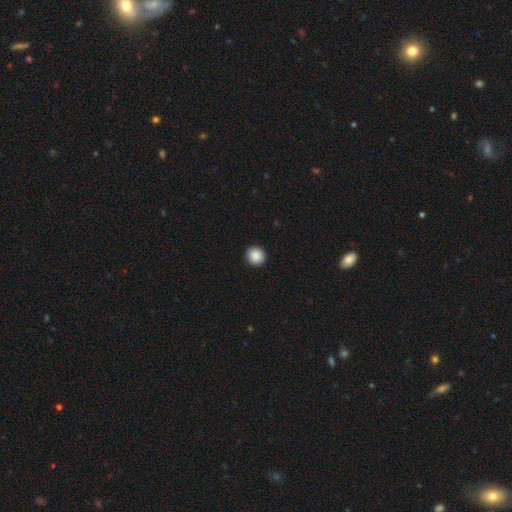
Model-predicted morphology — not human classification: This appears to be a smooth galaxy with no disk features (89%) that is round (92%). Merging: none (93%).